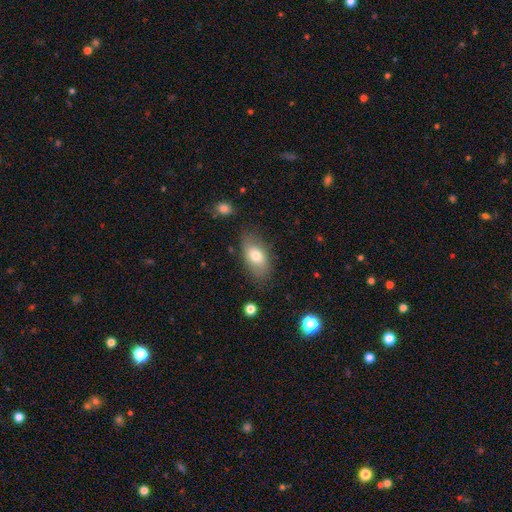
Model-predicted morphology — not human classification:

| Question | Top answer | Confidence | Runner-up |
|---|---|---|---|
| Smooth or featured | smooth | 74% | featured or disk (19%) |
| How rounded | in between | 91% | round (6%) |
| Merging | none | 73% | minor disturbance (19%) |